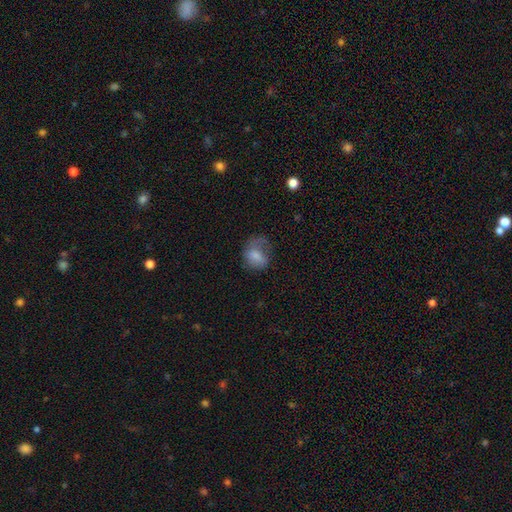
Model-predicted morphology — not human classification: A smooth galaxy with no disk features (66%) that is in between round and cigar-shaped (55%). Merging: major disturbance (39%).